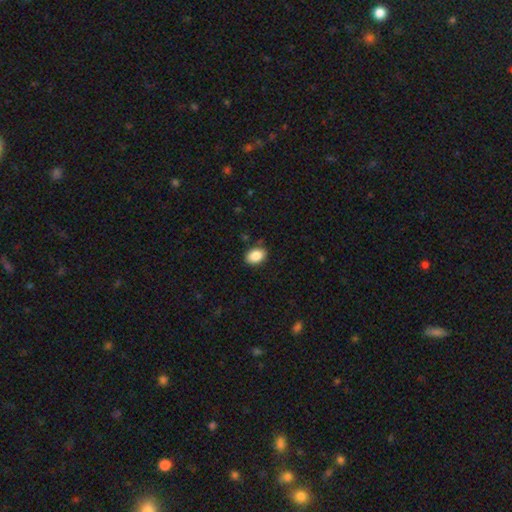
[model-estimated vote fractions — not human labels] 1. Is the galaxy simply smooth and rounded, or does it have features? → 88% smooth, 8% star or artifact, 4% featured or disk.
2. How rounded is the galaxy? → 80% in between, 19% round, 1% cigar-shaped.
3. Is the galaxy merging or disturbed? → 85% none, 11% minor disturbance, 2% major disturbance, 2% merger.